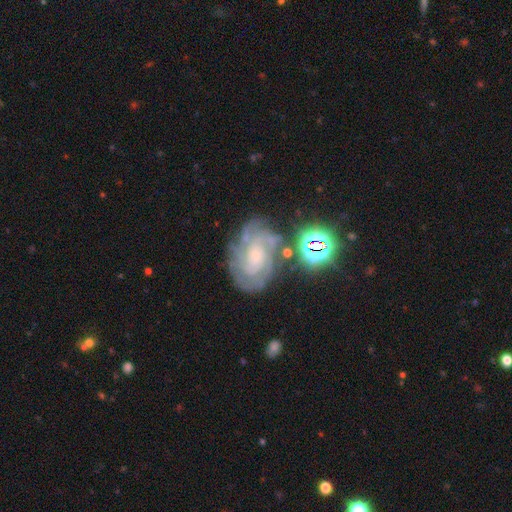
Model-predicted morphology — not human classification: smooth_or_featured: featured or disk (p=0.81) [alt: star or artifact p=0.10]
disk_edge_on: no (p=0.97) [alt: yes p=0.03]
bar: no (p=0.71) [alt: weak p=0.23]
has_spiral_arms: yes (p=0.95) [alt: no p=0.05]
spiral_winding: tight (p=0.68) [alt: medium p=0.27]
spiral_arm_count: can't tell (p=0.34) [alt: 3 p=0.20]
bulge_size: small (p=0.77) [alt: moderate p=0.16]
merging: none (p=0.67) [alt: minor disturbance p=0.19]